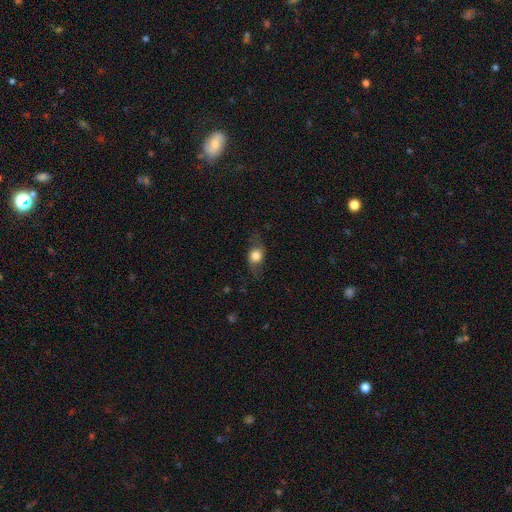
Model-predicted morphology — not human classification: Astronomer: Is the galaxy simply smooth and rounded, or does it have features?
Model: smooth — 62%.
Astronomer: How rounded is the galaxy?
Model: in between — 50% (runner-up: round, 44%).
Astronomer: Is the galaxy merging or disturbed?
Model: none — 70%.